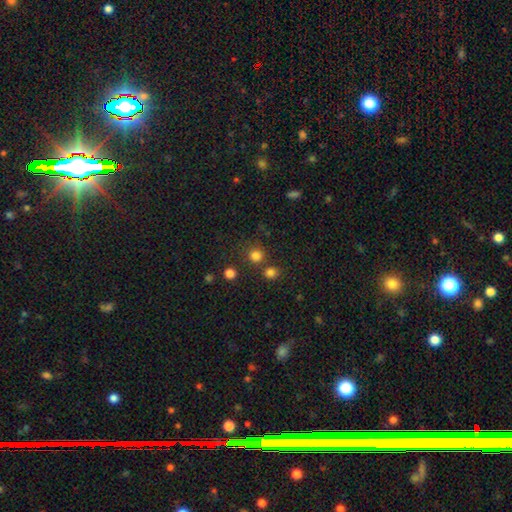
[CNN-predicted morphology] smooth-or-featured: smooth: 79% | star or artifact: 16% | featured or disk: 5%
  how-rounded: round: 91% | in between: 8% | cigar-shaped: 1%
  merging: none: 76% | merger: 14% | minor disturbance: 7% | major disturbance: 3%